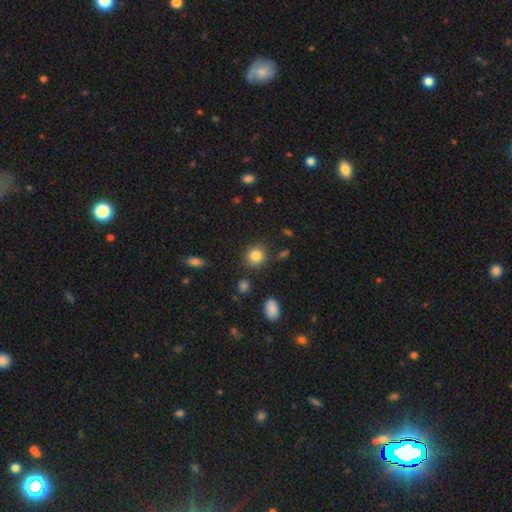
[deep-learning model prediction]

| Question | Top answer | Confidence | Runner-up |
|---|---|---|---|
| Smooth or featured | smooth | 84% | star or artifact (10%) |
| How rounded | round | 83% | in between (16%) |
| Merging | none | 85% | minor disturbance (9%) |